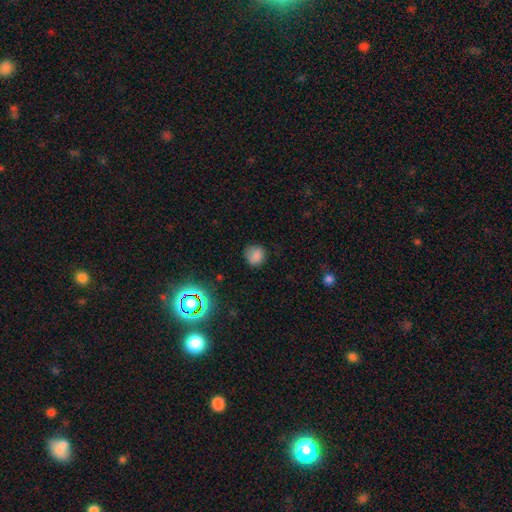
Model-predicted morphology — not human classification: A smooth galaxy with no disk features (78%) that is round (85%). Merging: none (77%).